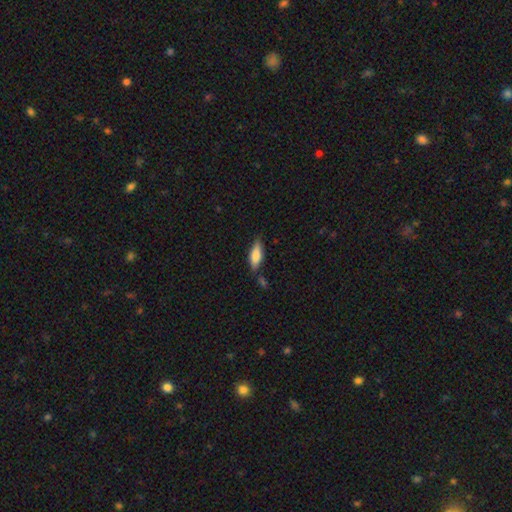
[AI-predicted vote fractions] smooth 72%, featured or disk 21%, star or artifact 7%. Down the decision tree: how rounded — in between (61%); merging — none (69%).